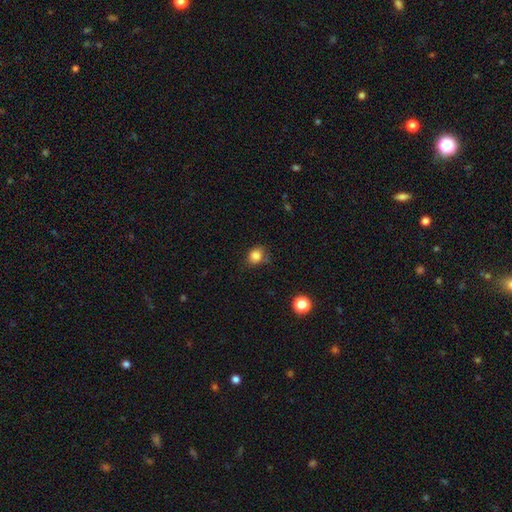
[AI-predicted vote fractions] smooth-or-featured: smooth: 84% | star or artifact: 11% | featured or disk: 5%
  how-rounded: round: 66% | in between: 33% | cigar-shaped: 1%
  merging: none: 68% | minor disturbance: 24% | major disturbance: 6% | merger: 3%